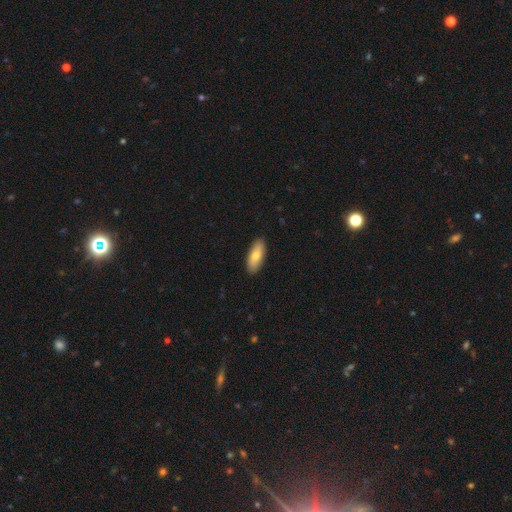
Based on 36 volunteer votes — Smooth or featured? 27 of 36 (75%) said smooth. How rounded? 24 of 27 (89%) said in between. Merging? 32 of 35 (91%) said none.